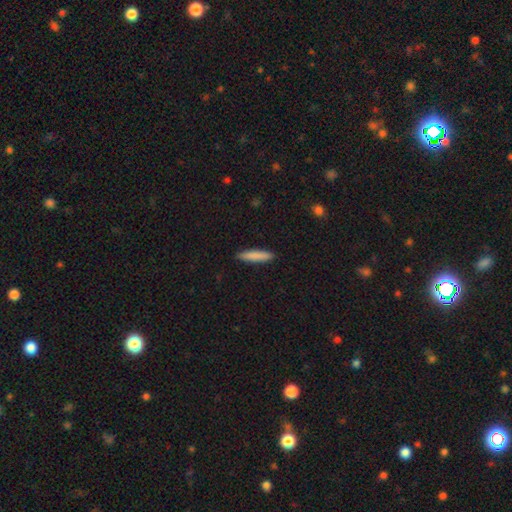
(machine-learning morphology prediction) Q: Smooth or featured?
A: smooth (85%); runner-up: featured or disk (9%)
Q: How rounded?
A: cigar-shaped (87%); runner-up: in between (11%)
Q: Merging?
A: none (91%); runner-up: minor disturbance (7%)